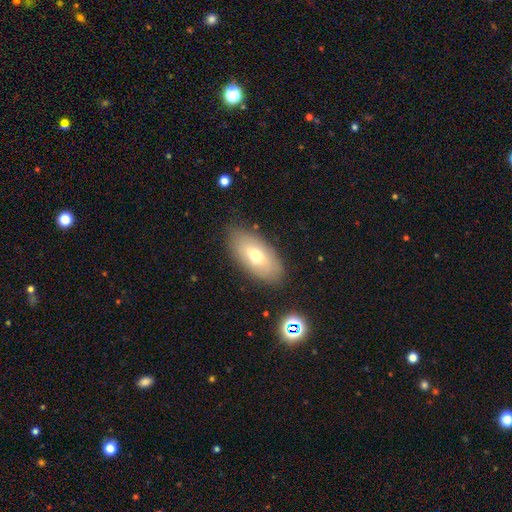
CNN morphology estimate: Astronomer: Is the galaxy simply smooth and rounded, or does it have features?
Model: smooth — 65%.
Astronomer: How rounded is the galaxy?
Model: in between — 91%.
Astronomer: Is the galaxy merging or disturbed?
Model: none — 83%.